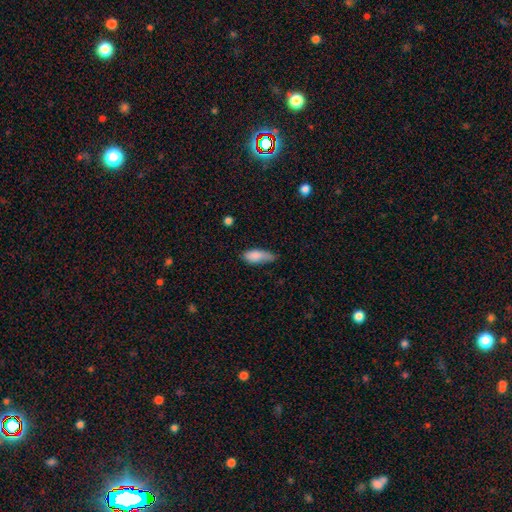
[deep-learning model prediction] Smooth or featured: smooth — 85% (featured or disk — 9%)
How rounded: in between — 75% (cigar-shaped — 23%)
Merging: none — 46% (minor disturbance — 41%)